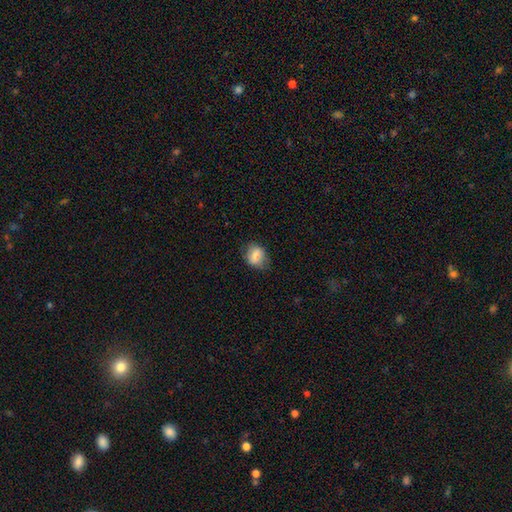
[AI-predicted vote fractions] A smooth galaxy with no disk features (75%) that is in between round and cigar-shaped (53%). Merging: none (72%).